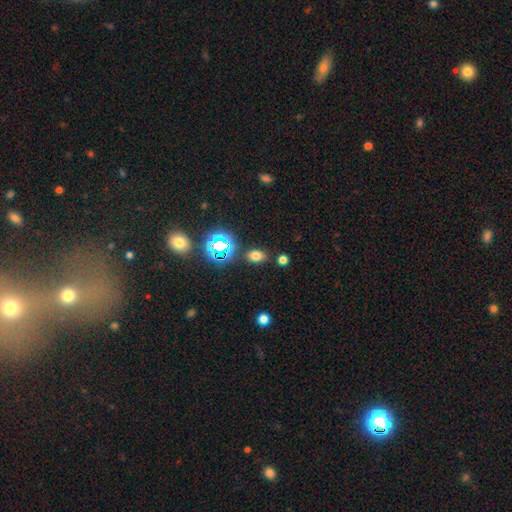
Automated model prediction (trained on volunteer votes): Q: Smooth or featured?
A: smooth (67%); runner-up: star or artifact (25%)
Q: How rounded?
A: in between (80%); runner-up: round (18%)
Q: Merging?
A: none (82%); runner-up: minor disturbance (11%)